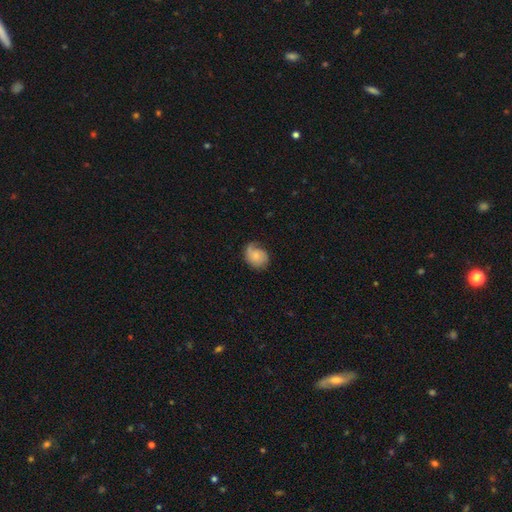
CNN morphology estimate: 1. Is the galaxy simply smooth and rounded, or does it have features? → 49% smooth, 43% featured or disk, 7% star or artifact.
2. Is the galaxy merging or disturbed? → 56% none, 29% minor disturbance, 13% major disturbance, 1% merger.